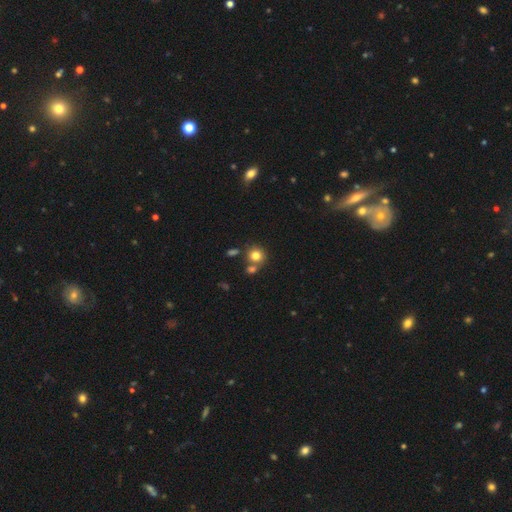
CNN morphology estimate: Q: Smooth or featured?
A: smooth (78%); runner-up: star or artifact (13%)
Q: How rounded?
A: round (86%); runner-up: in between (13%)
Q: Merging?
A: none (64%); runner-up: merger (23%)